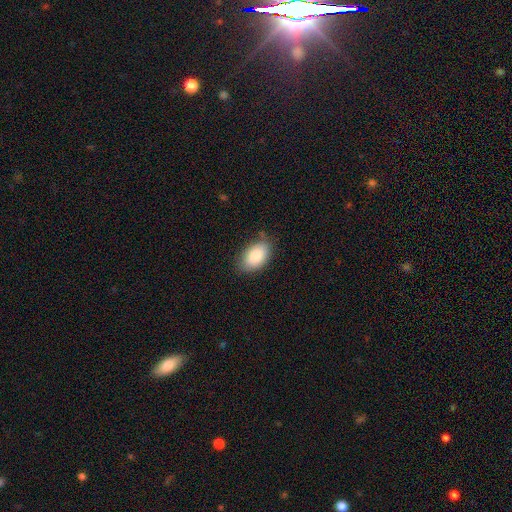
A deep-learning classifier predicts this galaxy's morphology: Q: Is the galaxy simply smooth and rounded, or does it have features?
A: smooth — 85%.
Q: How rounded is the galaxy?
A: in between — 93%.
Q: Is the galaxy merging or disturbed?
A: none — 78%.